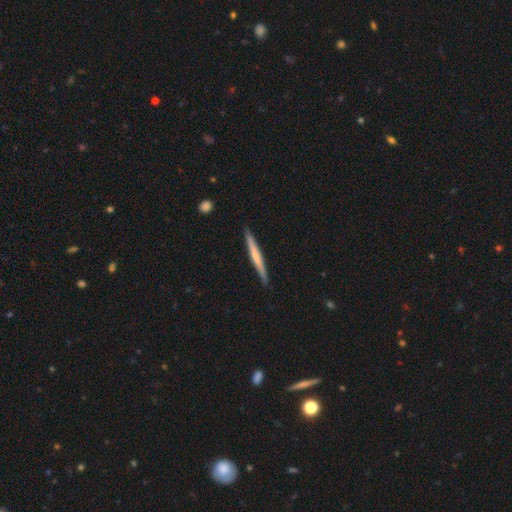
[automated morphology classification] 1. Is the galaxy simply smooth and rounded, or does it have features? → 48% smooth, 47% featured or disk, 5% star or artifact.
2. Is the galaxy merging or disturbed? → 89% none, 8% minor disturbance, 1% major disturbance, 1% merger.